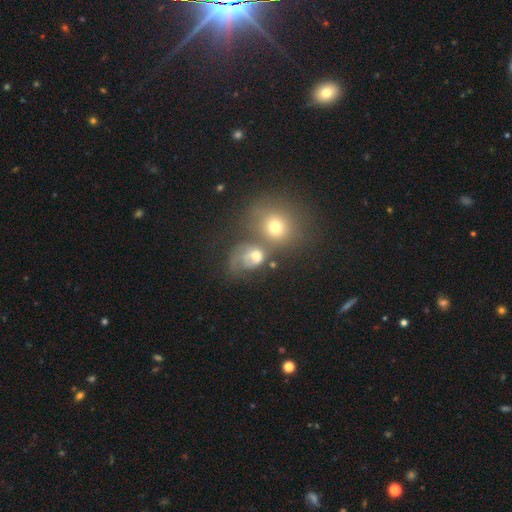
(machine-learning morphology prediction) type=featured or disk (50%); merging=merger (40%).